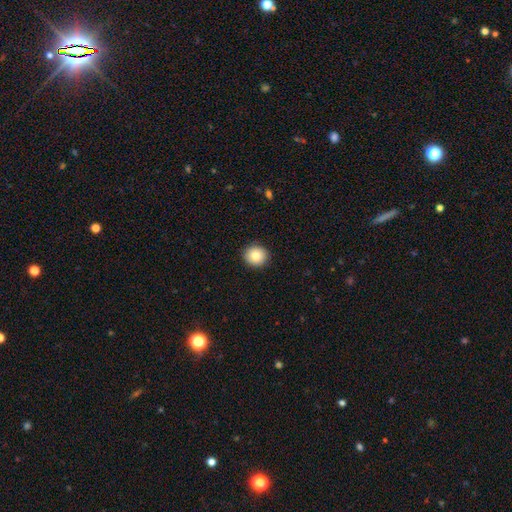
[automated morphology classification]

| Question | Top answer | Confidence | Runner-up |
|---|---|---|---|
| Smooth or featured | smooth | 85% | star or artifact (8%) |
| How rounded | round | 86% | in between (13%) |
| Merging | none | 91% | minor disturbance (6%) |